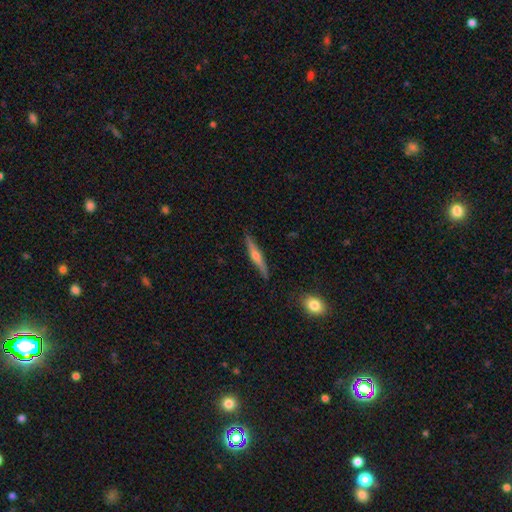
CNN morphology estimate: Smooth or featured: featured or disk — 63% (smooth — 31%)
Edge-on disk: yes — 97% (no — 3%)
Edge-on bulge: rounded — 87% (none — 8%)
Merging: none — 87% (minor disturbance — 10%)